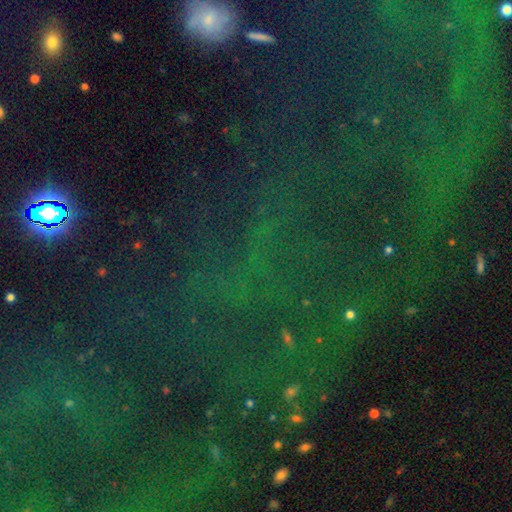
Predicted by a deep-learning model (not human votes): Smooth or featured? star or artifact (77%)